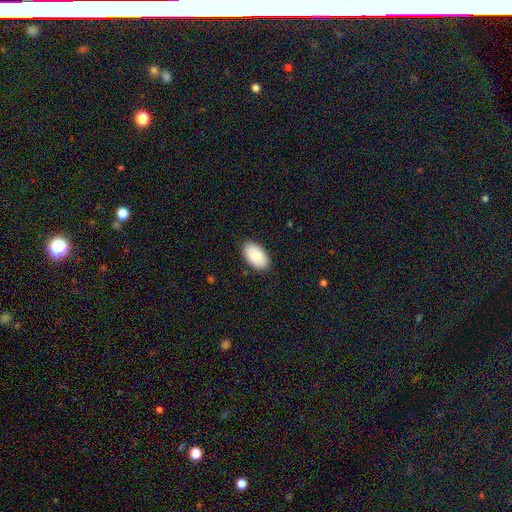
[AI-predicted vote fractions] The model was most divided on "smooth or featured": smooth: 79%, featured or disk: 15%, star or artifact: 6%. More confident: how rounded — in between (95%); merging — none (87%).